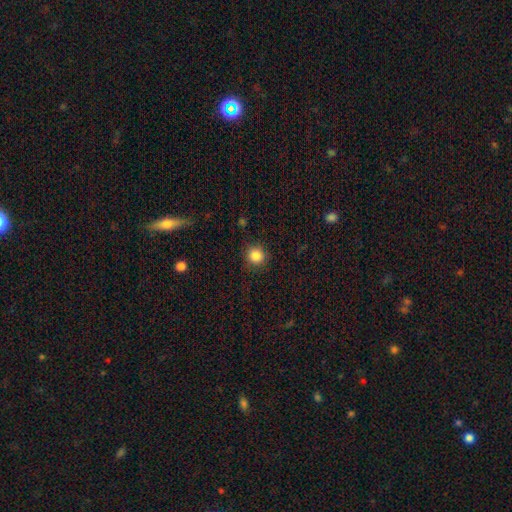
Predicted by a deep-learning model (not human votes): This is clearly a smooth galaxy (86%). How rounded: clearly round (89%). Merging: clearly none (87%).